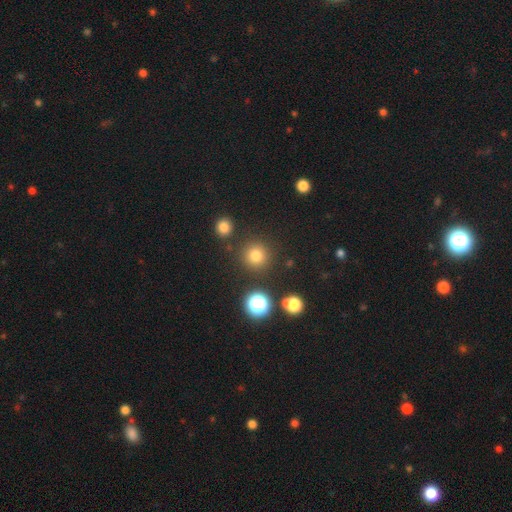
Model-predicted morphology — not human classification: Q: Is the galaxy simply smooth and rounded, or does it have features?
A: smooth — 77%.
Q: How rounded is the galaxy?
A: round — 95%.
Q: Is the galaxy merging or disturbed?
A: none — 88%.